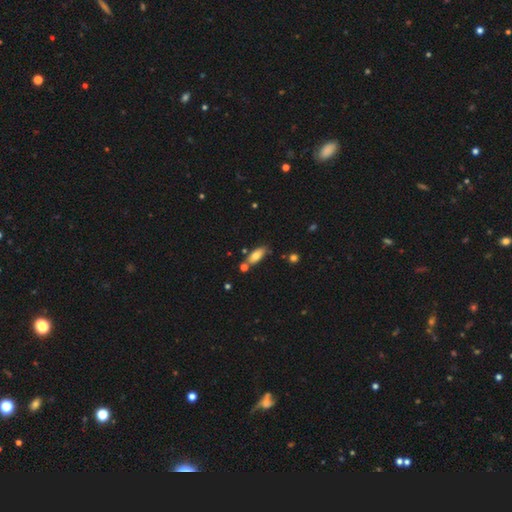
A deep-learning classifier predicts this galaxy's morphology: Smooth or featured: smooth — 74% (featured or disk — 18%)
How rounded: in between — 79% (cigar-shaped — 18%)
Merging: none — 70% (minor disturbance — 15%)